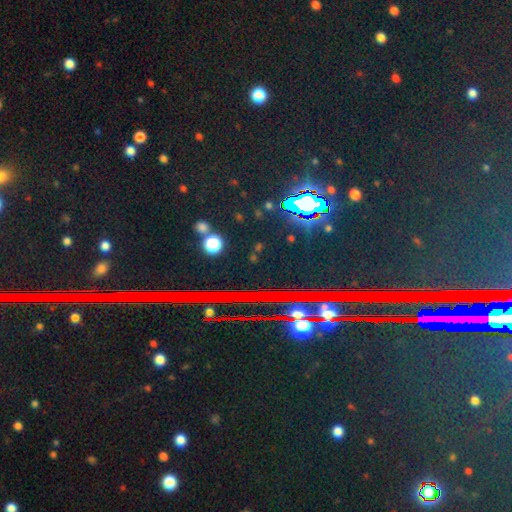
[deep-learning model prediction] This is clearly a star or artifact rather than a galaxy (83%).